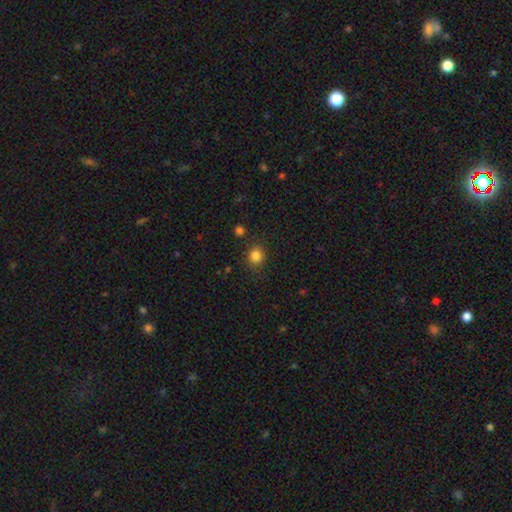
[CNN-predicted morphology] Smooth or featured?
  - smooth: 84% *
  - star or artifact: 12%
  - featured or disk: 5%
How rounded?
  - round: 77% *
  - in between: 22%
  - cigar-shaped: 1%
Merging?
  - none: 85% *
  - minor disturbance: 9%
  - major disturbance: 3%
  - merger: 3%